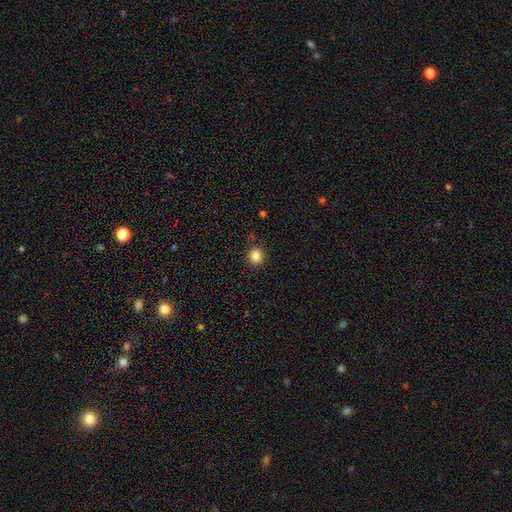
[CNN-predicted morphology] Smooth or featured? smooth (85%)
How rounded? round (81%)
Merging? none (87%)